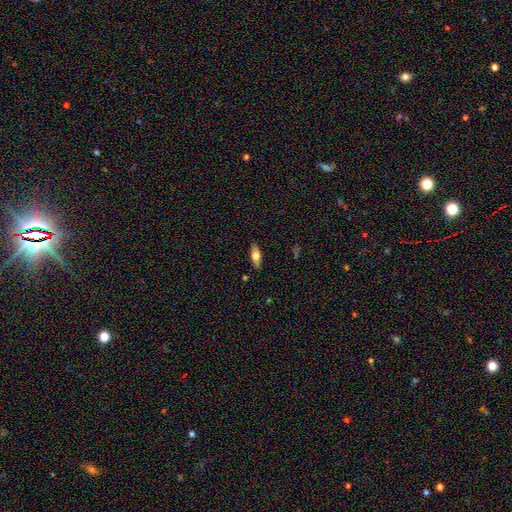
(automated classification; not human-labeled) This is likely a smooth galaxy (65%). How rounded: likely in between (74%). Merging: clearly none (87%).